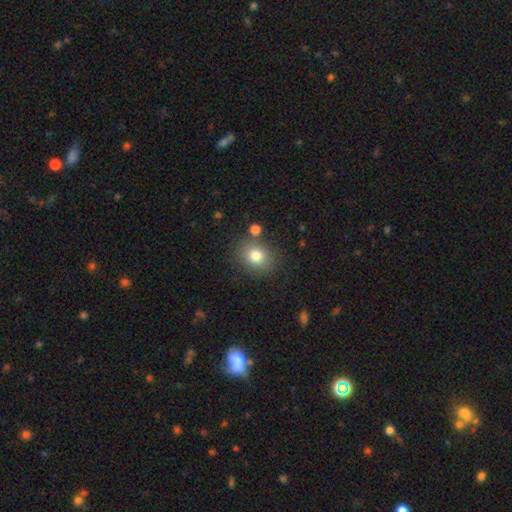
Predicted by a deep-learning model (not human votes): Morphology: type=smooth (79%); roundness=round (64%); merging=none (79%).